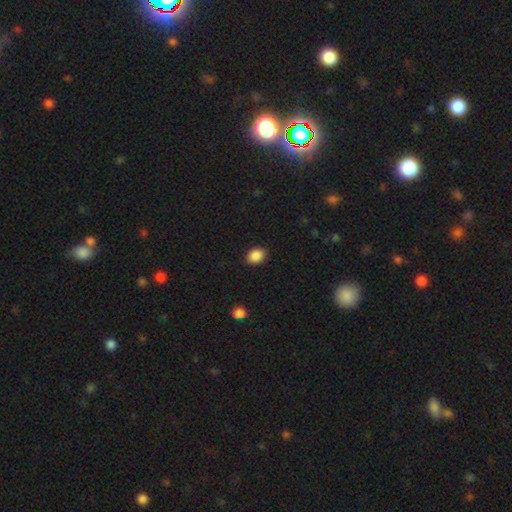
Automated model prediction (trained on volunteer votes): Smooth or featured? smooth (88%)
How rounded? in between (60%)
Merging? none (87%)